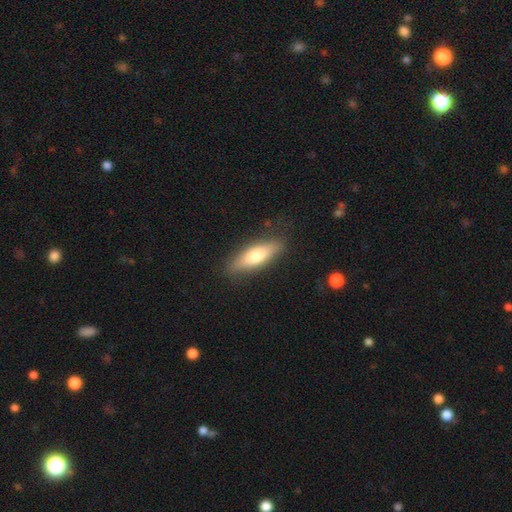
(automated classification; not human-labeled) Smooth or featured: smooth — 64% (featured or disk — 30%)
How rounded: cigar-shaped — 51% (in between — 47%)
Merging: none — 85% (minor disturbance — 11%)